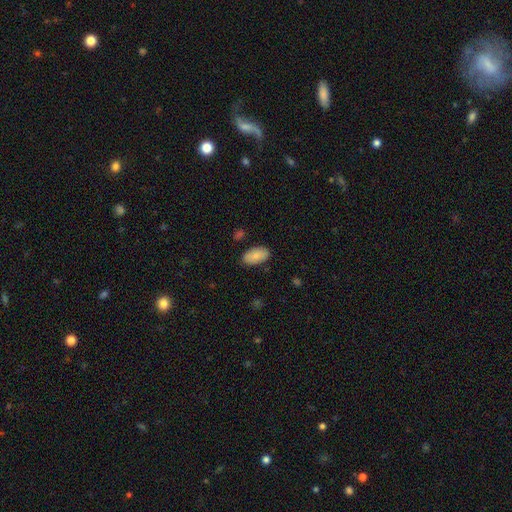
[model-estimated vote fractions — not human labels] smooth 83%, featured or disk 11%, star or artifact 6%. Down the decision tree: how rounded — in between (95%); merging — none (84%).